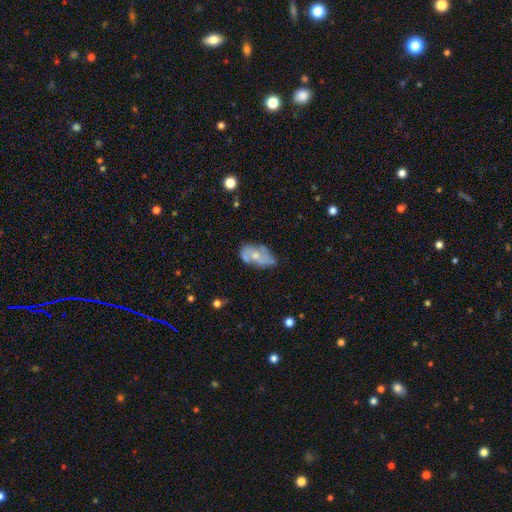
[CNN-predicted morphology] This is possibly a featured or disk galaxy (59%). It is clearly not viewed edge-on (95%). Bar: likely no (78%). Spiral arm pattern: likely yes (61%). Central bulge: possibly moderate (50%). Merging: possibly none (49%).